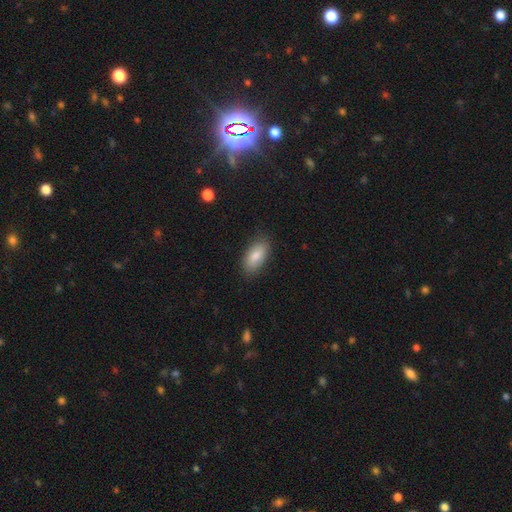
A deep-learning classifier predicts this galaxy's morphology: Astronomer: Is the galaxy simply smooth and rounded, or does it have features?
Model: smooth — 84%.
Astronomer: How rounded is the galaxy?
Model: in between — 91%.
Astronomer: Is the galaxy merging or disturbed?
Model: none — 84%.